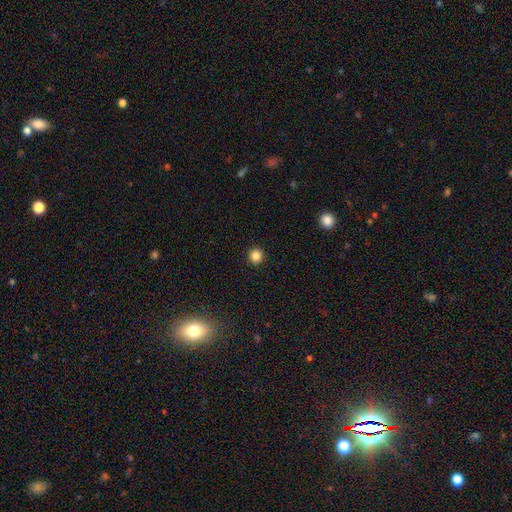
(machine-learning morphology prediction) This is clearly a smooth galaxy (84%). How rounded: clearly round (93%). Merging: clearly none (93%).